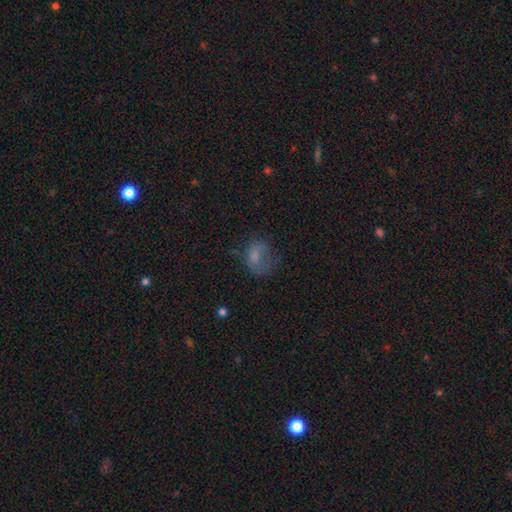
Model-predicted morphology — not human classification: smooth-or-featured: smooth: 62% | featured or disk: 24% | star or artifact: 14%
  how-rounded: in between: 61% | round: 38% | cigar-shaped: 1%
  merging: major disturbance: 41% | none: 31% | minor disturbance: 25% | merger: 3%